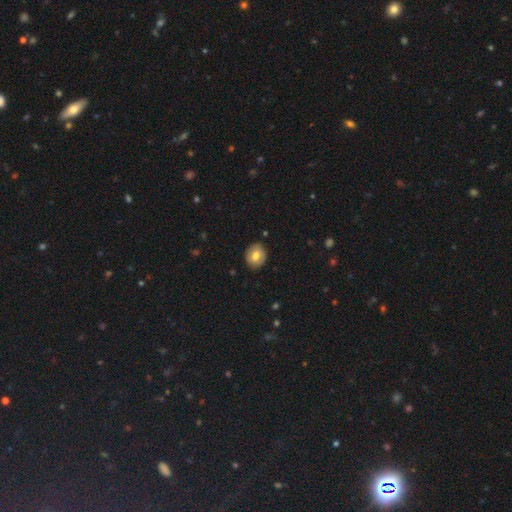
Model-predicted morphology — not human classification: Smooth or featured: smooth — 67% (featured or disk — 26%)
How rounded: round — 67% (in between — 33%)
Merging: none — 87% (minor disturbance — 10%)